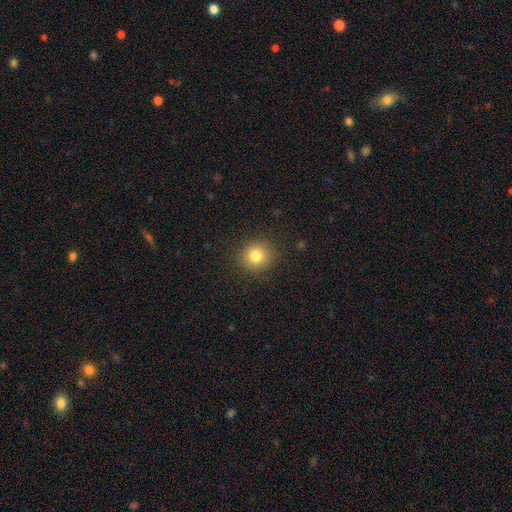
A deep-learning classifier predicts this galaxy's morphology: Smooth or featured? smooth (81%)
How rounded? round (87%)
Merging? none (89%)